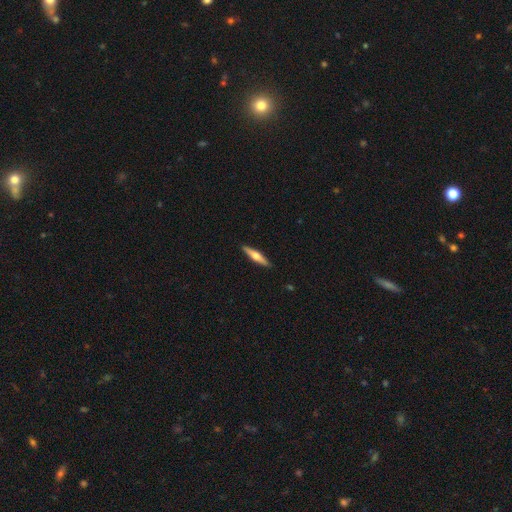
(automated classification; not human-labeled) Smooth or featured: featured or disk — 52% (smooth — 42%)
Edge-on disk: yes — 95% (no — 5%)
Merging: none — 91% (minor disturbance — 6%)